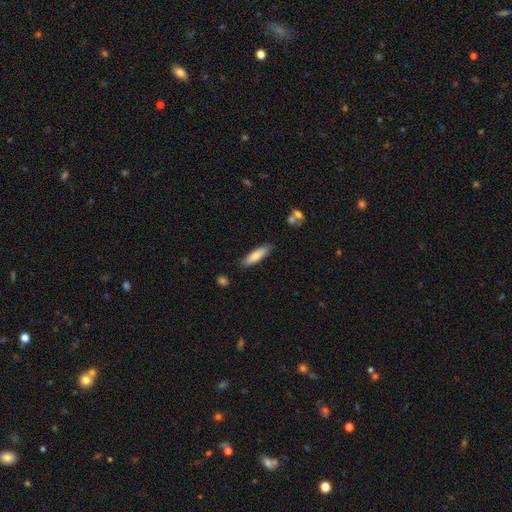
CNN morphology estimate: smooth-or-featured: smooth: 77% | featured or disk: 17% | star or artifact: 6%
  how-rounded: cigar-shaped: 66% | in between: 33% | round: 1%
  merging: none: 85% | minor disturbance: 11% | major disturbance: 2% | merger: 2%